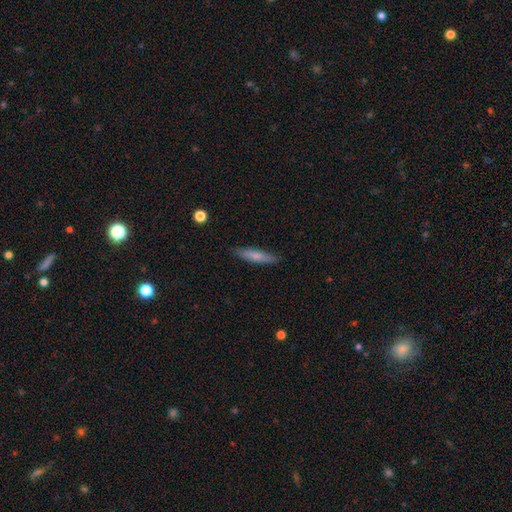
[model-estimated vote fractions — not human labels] smooth_or_featured: smooth (p=0.70) [alt: featured or disk p=0.24]
how_rounded: cigar-shaped (p=0.85) [alt: in between p=0.13]
merging: none (p=0.88) [alt: minor disturbance p=0.09]